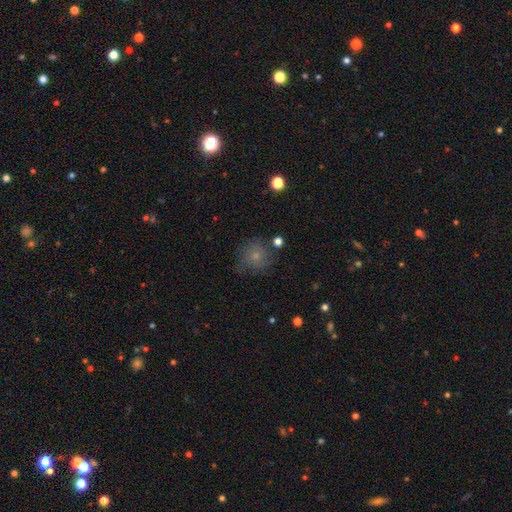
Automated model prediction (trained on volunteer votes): Smooth or featured? Predicted: smooth (p=0.68). How rounded? Predicted: round (p=0.88). Merging? Predicted: none (p=0.66).